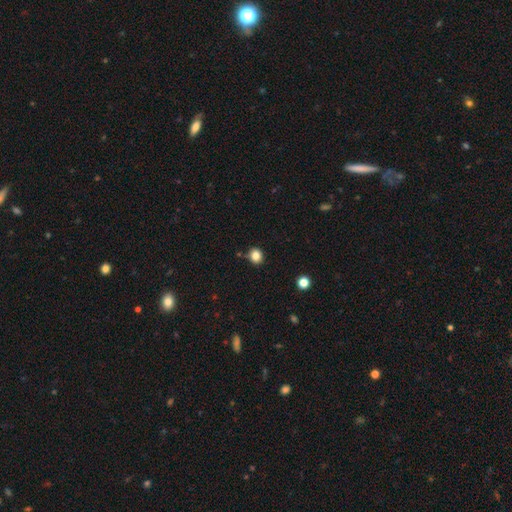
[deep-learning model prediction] smooth-or-featured: smooth: 84% | star or artifact: 12% | featured or disk: 5%
  how-rounded: round: 71% | in between: 28% | cigar-shaped: 1%
  merging: none: 83% | minor disturbance: 11% | merger: 4% | major disturbance: 2%